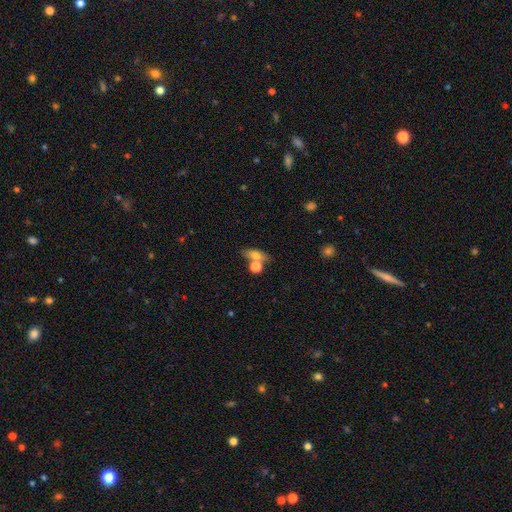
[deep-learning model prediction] This is likely a smooth galaxy (69%). How rounded: likely in between (64%). Merging: possibly none (53%).